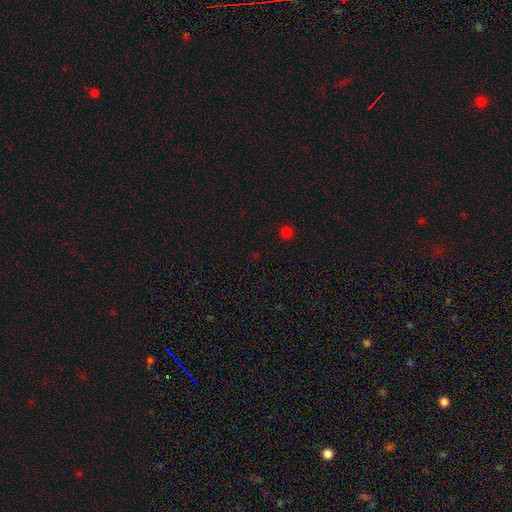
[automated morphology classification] Smooth or featured?
  - star or artifact: 61% *
  - smooth: 33%
  - featured or disk: 6%